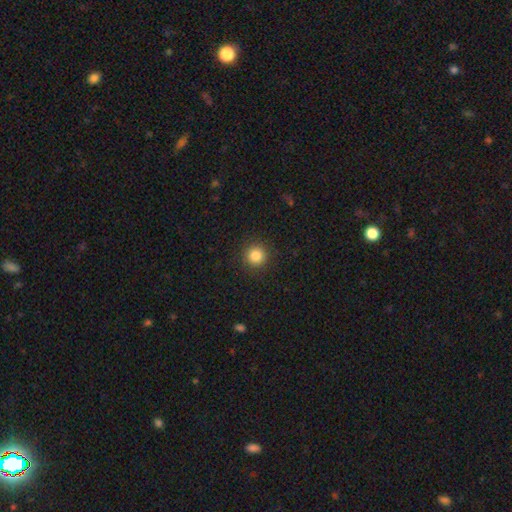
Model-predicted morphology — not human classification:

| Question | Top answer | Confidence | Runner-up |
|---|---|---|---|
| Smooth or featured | smooth | 85% | star or artifact (11%) |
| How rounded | round | 95% | in between (4%) |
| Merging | none | 91% | minor disturbance (5%) |